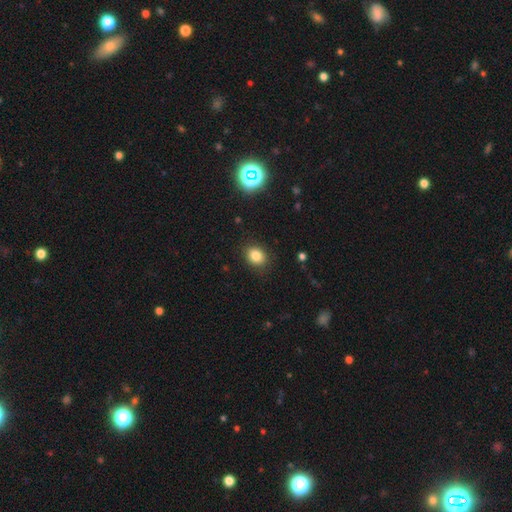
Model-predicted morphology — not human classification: A smooth galaxy with no disk features (82%) that is in between round and cigar-shaped (51%).

Vote fractions:
- Smooth or featured? smooth: 82% / star or artifact: 12% / featured or disk: 6%
- How rounded? in between: 51% / round: 48% / cigar-shaped: 1%
- Merging? none: 87% / minor disturbance: 9% / major disturbance: 3% / merger: 1%